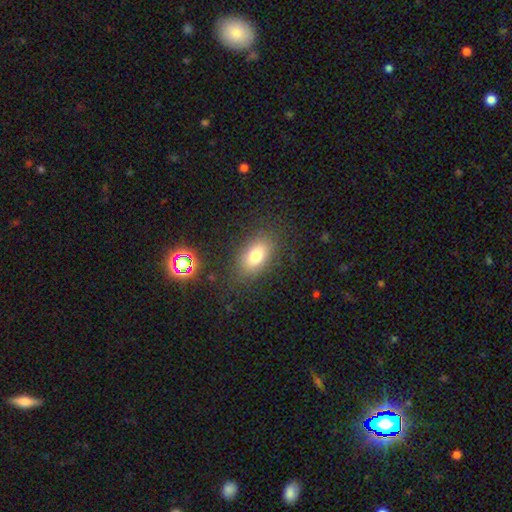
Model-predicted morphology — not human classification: A smooth galaxy with no disk features (75%) that is in between round and cigar-shaped (86%).

Vote fractions:
- Smooth or featured? smooth: 75% / featured or disk: 12% / star or artifact: 12%
- How rounded? in between: 86% / round: 12% / cigar-shaped: 2%
- Merging? none: 82% / minor disturbance: 11% / major disturbance: 5% / merger: 2%